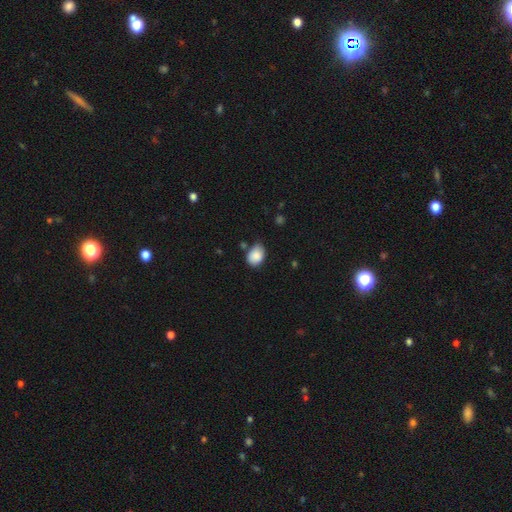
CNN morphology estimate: The model was most divided on "merging": none: 60%, minor disturbance: 30%, merger: 5%, major disturbance: 5%. More confident: smooth or featured — smooth (87%); how rounded — in between (65%).